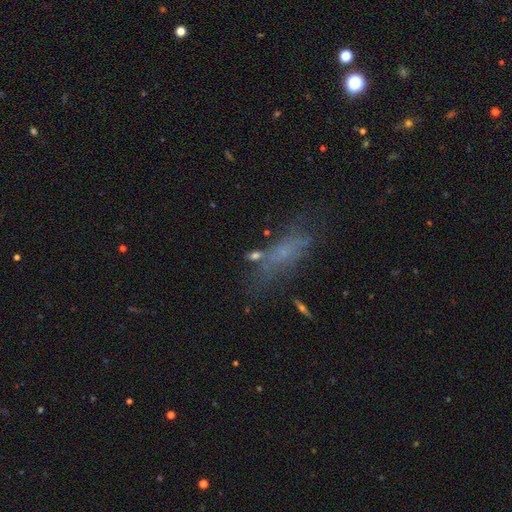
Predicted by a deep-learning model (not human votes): Q: Smooth or featured?
A: smooth (52%); runner-up: featured or disk (30%)
Q: How rounded?
A: in between (57%); runner-up: cigar-shaped (34%)
Q: Merging?
A: none (47%); runner-up: minor disturbance (22%)